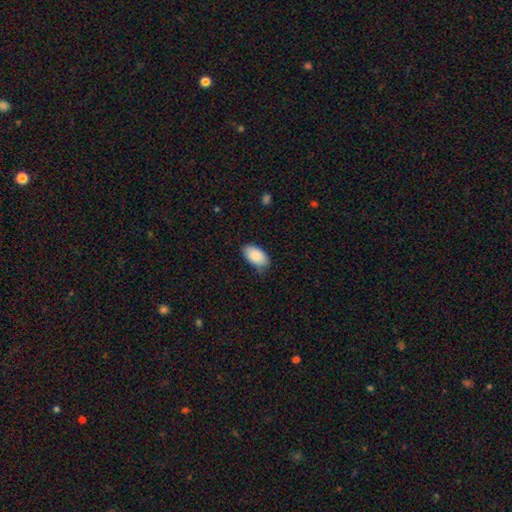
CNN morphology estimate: A smooth galaxy with no disk features (89%) that is in between round and cigar-shaped (95%). Merging: none (78%).